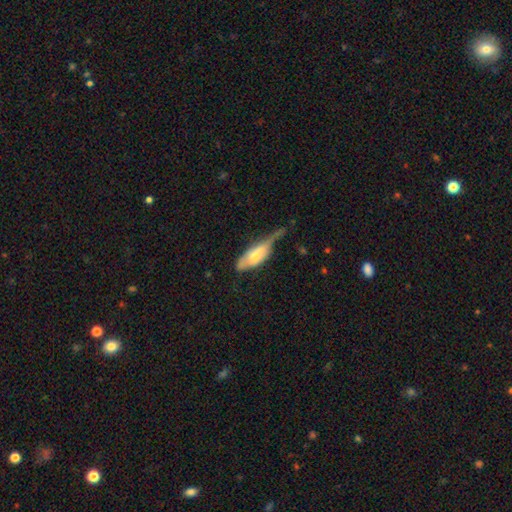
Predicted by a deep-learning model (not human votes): Morphology: type=smooth (56%); roundness=in between (69%); merging=major disturbance (36%, tied with minor disturbance).